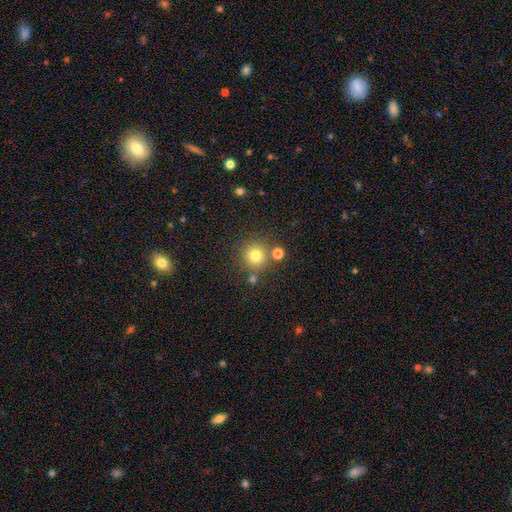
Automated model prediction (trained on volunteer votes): Smooth or featured?
  - smooth: 77% *
  - star or artifact: 15%
  - featured or disk: 8%
How rounded?
  - round: 94% *
  - in between: 5%
  - cigar-shaped: 1%
Merging?
  - none: 77% *
  - merger: 11%
  - minor disturbance: 8%
  - major disturbance: 3%